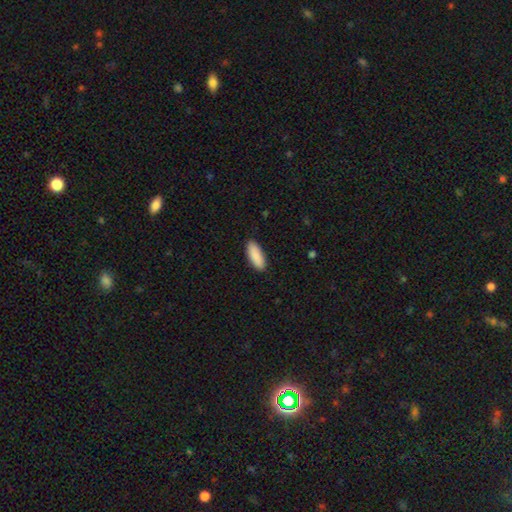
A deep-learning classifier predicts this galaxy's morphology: Smooth or featured: smooth — 91% (star or artifact — 5%)
How rounded: in between — 71% (cigar-shaped — 27%)
Merging: none — 89% (minor disturbance — 8%)